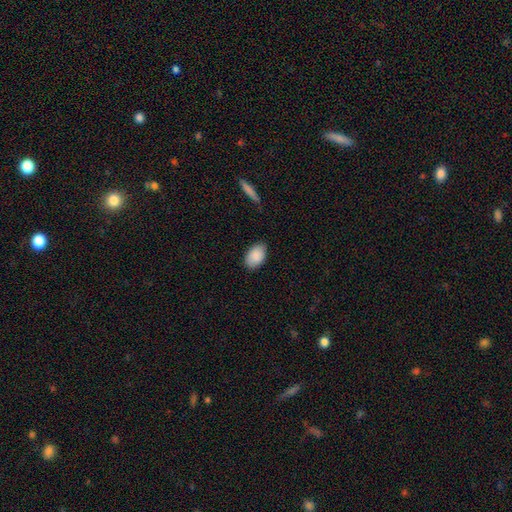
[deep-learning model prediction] Smooth or featured: smooth — 90% (star or artifact — 6%)
How rounded: in between — 91% (round — 7%)
Merging: none — 85% (minor disturbance — 12%)